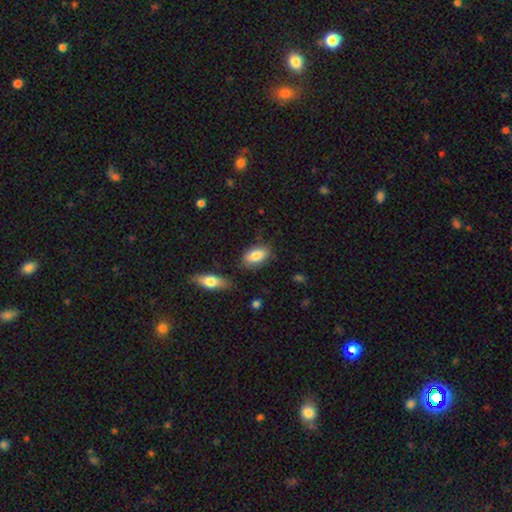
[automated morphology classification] This is clearly a smooth galaxy (83%). How rounded: clearly in between (91%). Merging: likely none (79%).